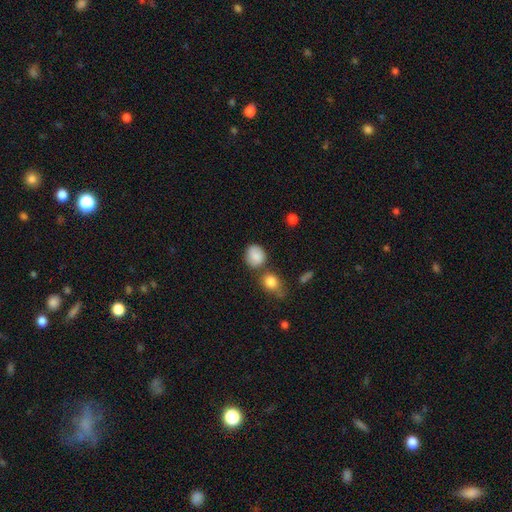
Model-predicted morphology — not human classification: Smooth or featured: smooth — 85% (star or artifact — 8%)
How rounded: round — 68% (in between — 30%)
Merging: none — 66% (minor disturbance — 16%)